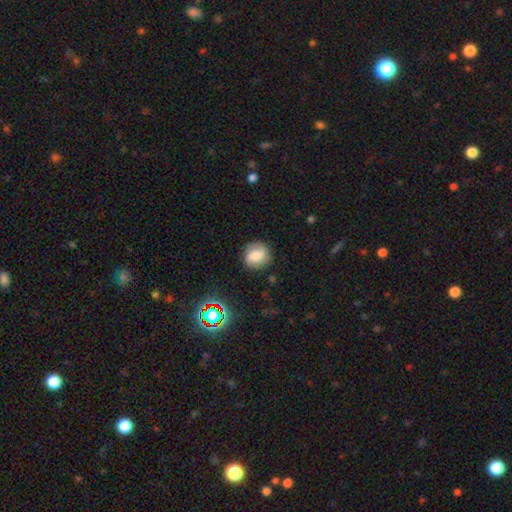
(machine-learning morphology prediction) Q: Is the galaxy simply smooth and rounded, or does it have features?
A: smooth — 62%.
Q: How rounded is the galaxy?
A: round — 82%.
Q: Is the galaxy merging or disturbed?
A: none — 83%.